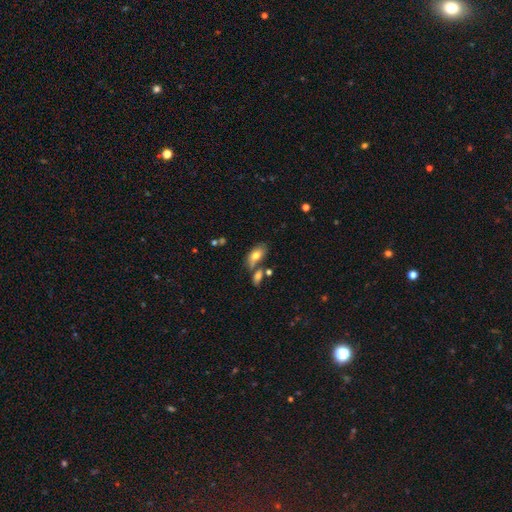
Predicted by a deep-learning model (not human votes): A smooth galaxy with no disk features (72%) that is in between round and cigar-shaped (90%).

Vote fractions:
- Smooth or featured? smooth: 72% / featured or disk: 20% / star or artifact: 8%
- How rounded? in between: 90% / cigar-shaped: 5% / round: 4%
- Merging? none: 52% / merger: 28% / minor disturbance: 15% / major disturbance: 5%